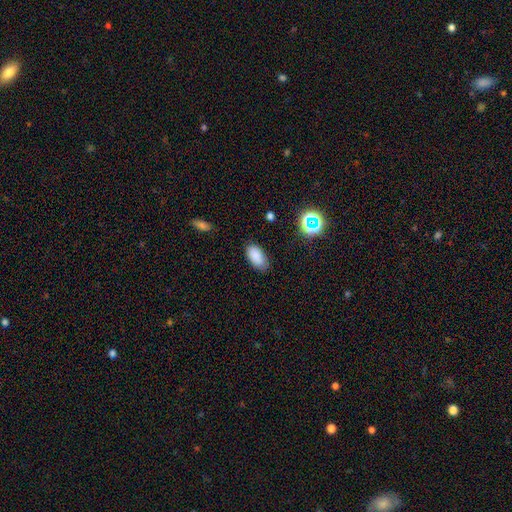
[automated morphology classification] Smooth or featured: smooth — 85% (star or artifact — 10%)
How rounded: in between — 93% (cigar-shaped — 3%)
Merging: none — 80% (minor disturbance — 15%)